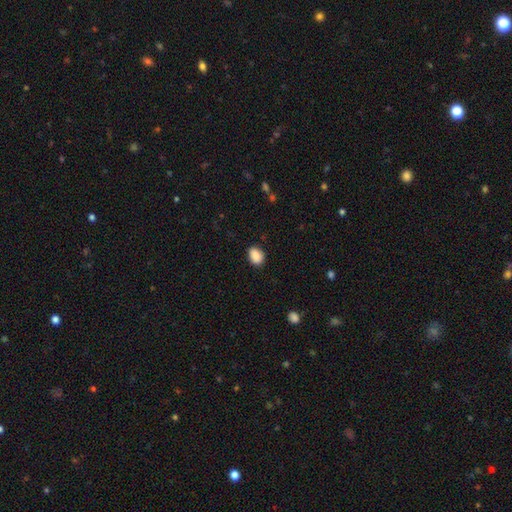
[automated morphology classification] Smooth or featured?
  - smooth: 89% *
  - star or artifact: 8%
  - featured or disk: 3%
How rounded?
  - in between: 74% *
  - round: 24%
  - cigar-shaped: 1%
Merging?
  - none: 85% *
  - minor disturbance: 12%
  - major disturbance: 2%
  - merger: 1%